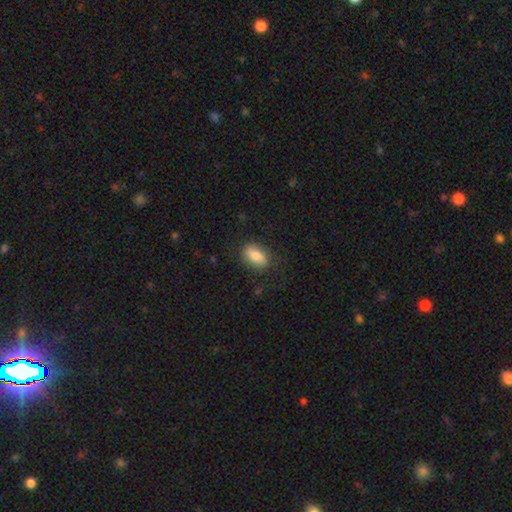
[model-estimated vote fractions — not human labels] Smooth or featured? Predicted: smooth (p=0.83). How rounded? Predicted: in between (p=0.89). Merging? Predicted: none (p=0.79).